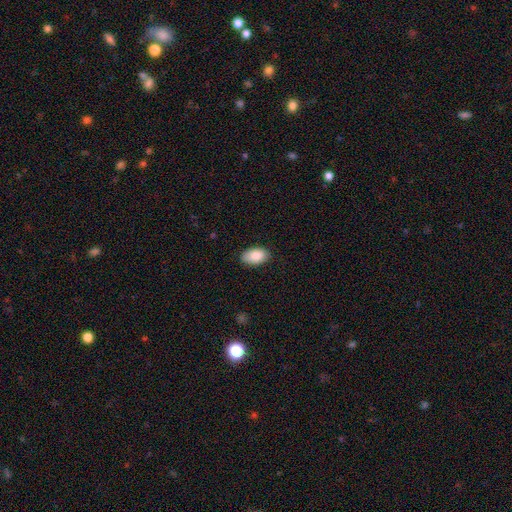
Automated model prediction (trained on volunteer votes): Q: Smooth or featured?
A: smooth (88%); runner-up: star or artifact (7%)
Q: How rounded?
A: in between (93%); runner-up: round (5%)
Q: Merging?
A: none (84%); runner-up: minor disturbance (13%)